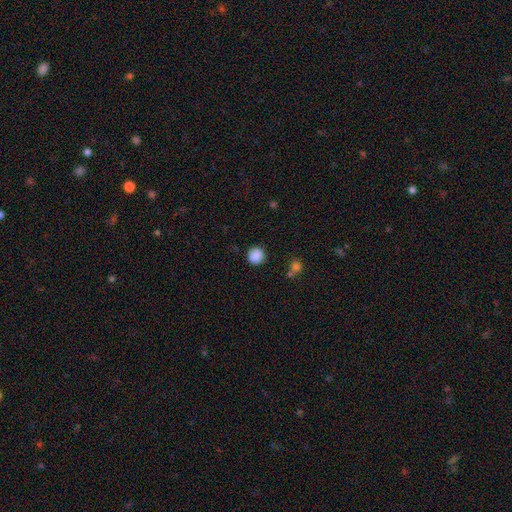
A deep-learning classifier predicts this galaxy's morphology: Smooth or featured: smooth — 88% (star or artifact — 9%)
How rounded: round — 90% (in between — 9%)
Merging: none — 86% (minor disturbance — 9%)